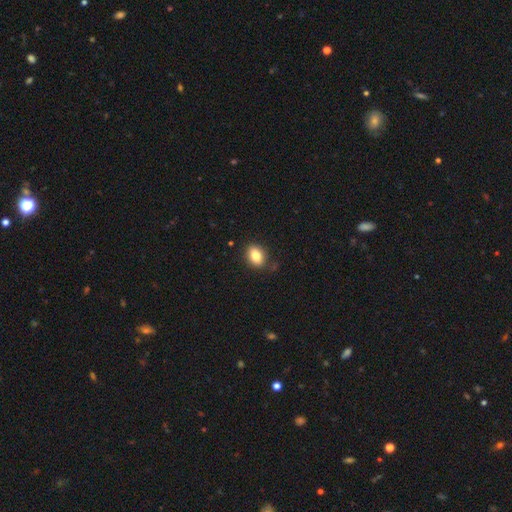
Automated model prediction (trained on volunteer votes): A smooth galaxy with no disk features (84%) that is in between round and cigar-shaped (77%). Merging: none (84%).